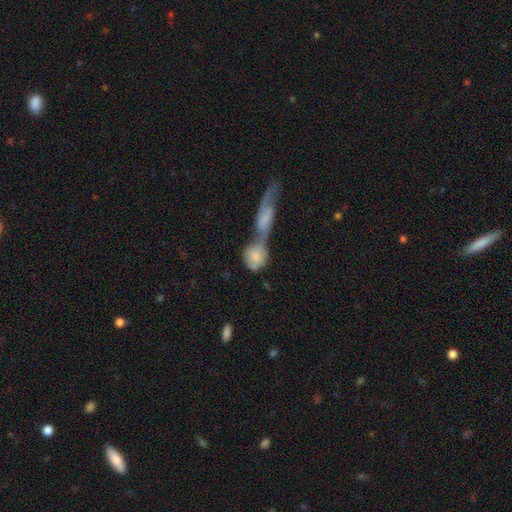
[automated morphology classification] This is likely a smooth galaxy (73%). How rounded: likely round (61%). Merging: likely merger (70%).